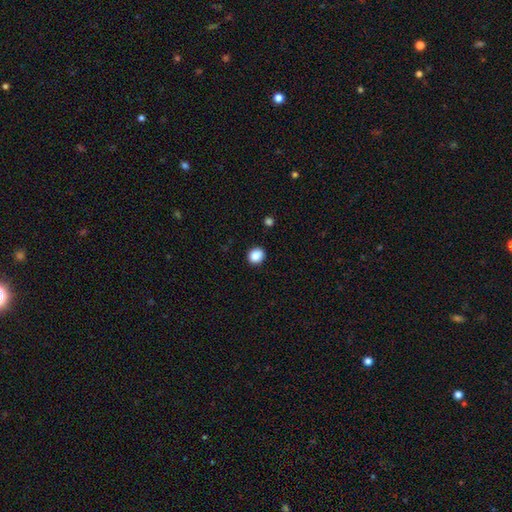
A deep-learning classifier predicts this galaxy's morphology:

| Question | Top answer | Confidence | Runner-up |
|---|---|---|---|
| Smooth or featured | smooth | 88% | star or artifact (9%) |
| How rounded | round | 76% | in between (24%) |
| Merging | none | 90% | minor disturbance (7%) |